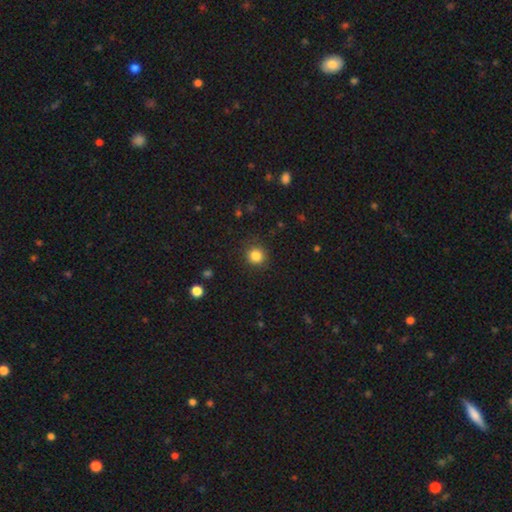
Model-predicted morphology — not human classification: smooth_or_featured: smooth (p=0.85) [alt: star or artifact p=0.11]
how_rounded: round (p=0.93) [alt: in between p=0.06]
merging: none (p=0.90) [alt: minor disturbance p=0.07]